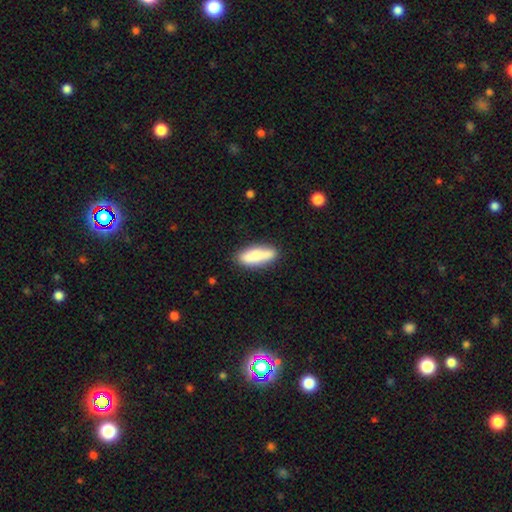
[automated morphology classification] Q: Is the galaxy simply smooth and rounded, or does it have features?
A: smooth — 77%.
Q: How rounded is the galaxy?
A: in between — 50%.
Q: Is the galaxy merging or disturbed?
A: none — 82%.